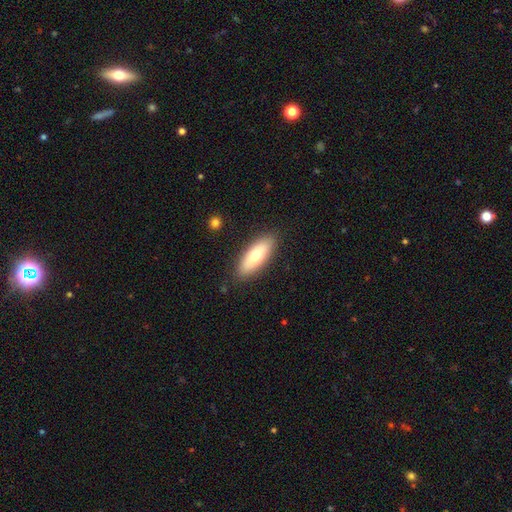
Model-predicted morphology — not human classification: smooth 71%, featured or disk 23%, star or artifact 6%. Down the decision tree: how rounded — in between (66%); merging — none (87%).